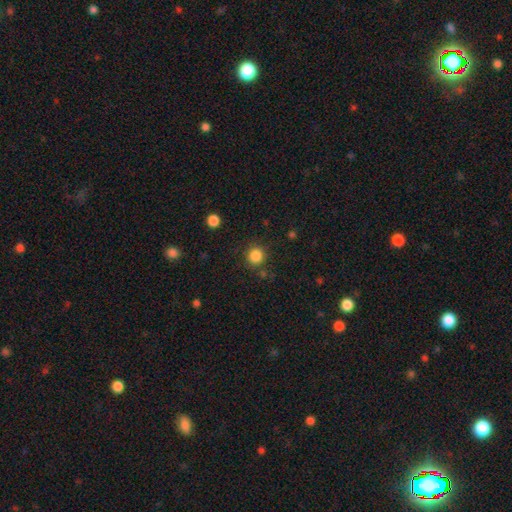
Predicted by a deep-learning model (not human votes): Smooth or featured? smooth (85%)
How rounded? round (92%)
Merging? none (86%)